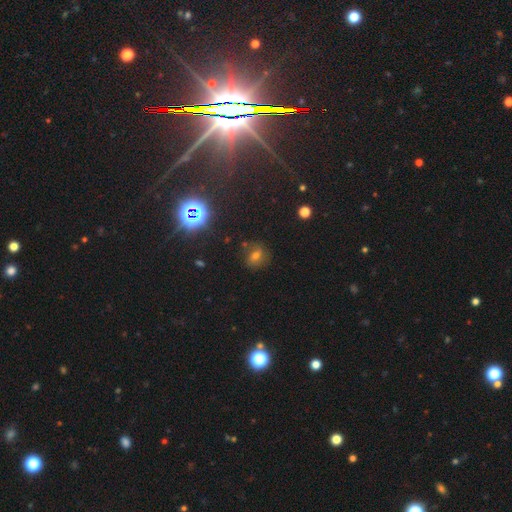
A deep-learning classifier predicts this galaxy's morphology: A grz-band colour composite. It shows a smooth galaxy with no disk features (52%) that is round (59%). Merging: none (78%).